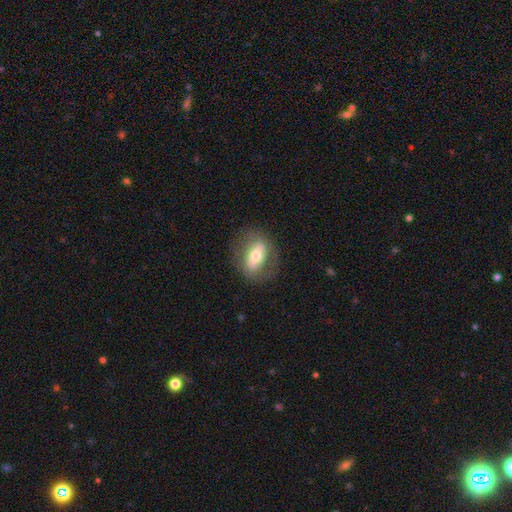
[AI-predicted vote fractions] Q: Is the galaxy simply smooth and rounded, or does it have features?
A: smooth — 49%.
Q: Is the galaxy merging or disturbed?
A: none — 77%.